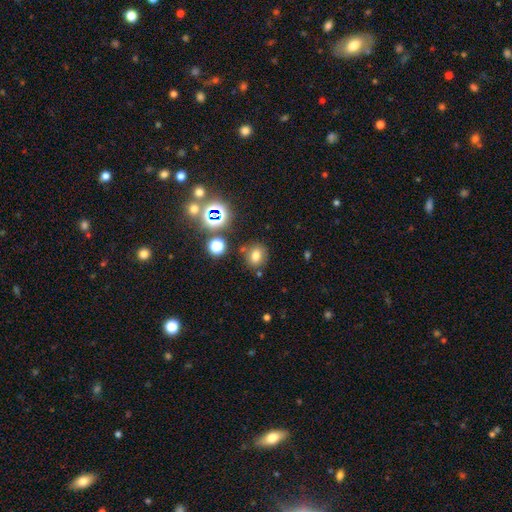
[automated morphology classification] Smooth or featured: smooth — 70% (star or artifact — 20%)
How rounded: round — 56% (in between — 42%)
Merging: none — 76% (minor disturbance — 12%)